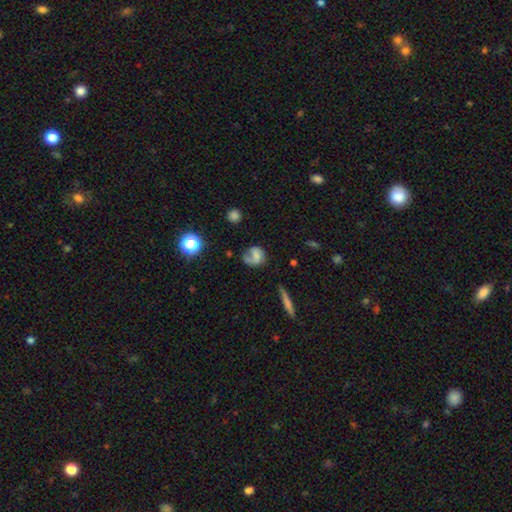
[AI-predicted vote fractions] This appears to be a smooth galaxy with no disk features (50%) that is round (57%). Merging: none (42%).